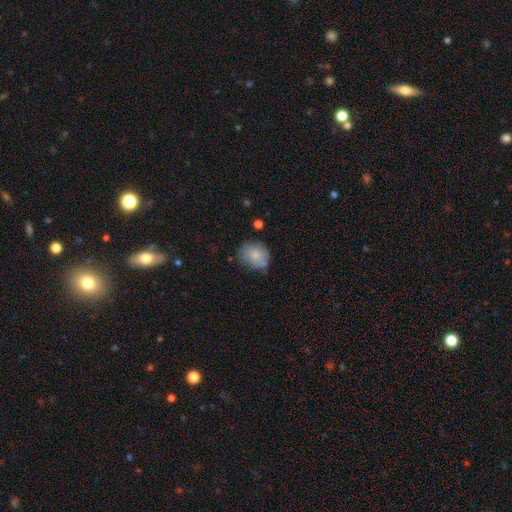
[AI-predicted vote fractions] Morphology: type=smooth (77%); roundness=round (61%); merging=none (55%).